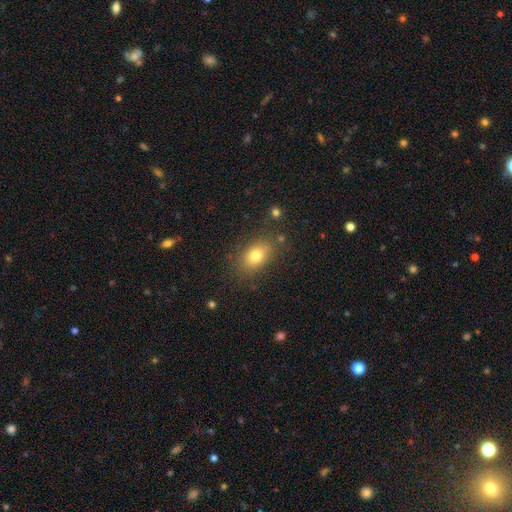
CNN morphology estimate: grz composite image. It shows a smooth galaxy with no disk features (77%) that is in between round and cigar-shaped (80%). Merging: none (79%).